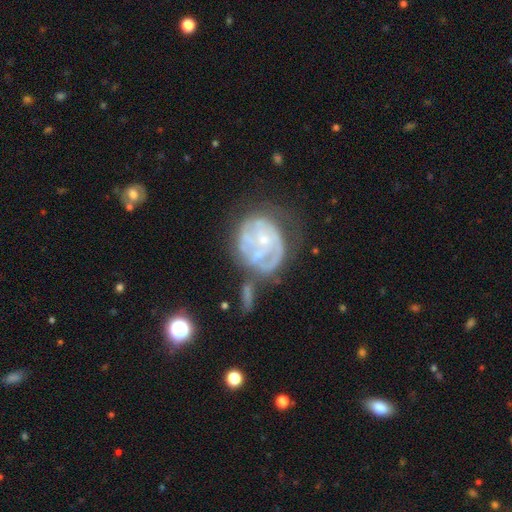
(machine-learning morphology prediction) Smooth or featured?
  - featured or disk: 78% *
  - smooth: 15%
  - star or artifact: 7%
Edge-on disk?
  - no: 98% *
  - yes: 2%
Bar?
  - no: 70% *
  - weak: 24%
  - strong: 5%
Spiral arms?
  - yes: 78% *
  - no: 22%
Spiral winding?
  - tight: 57% *
  - medium: 31%
  - loose: 12%
Spiral arm count?
  - can't tell: 42% *
  - 2: 21%
  - 3: 20%
  - 4: 7%
  - 1: 7%
  - more than 4: 4%
Bulge size?
  - small: 72% *
  - moderate: 19%
  - none: 6%
  - large: 1%
  - dominant: 1%
Merging?
  - none: 34% *
  - major disturbance: 27%
  - minor disturbance: 24%
  - merger: 16%